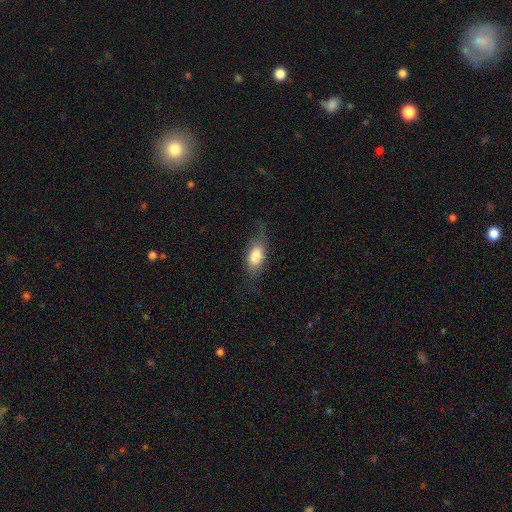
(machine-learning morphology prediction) The model was most divided on "merging": none: 61%, minor disturbance: 24%, major disturbance: 13%, merger: 1%. More confident: how rounded — in between (84%); smooth or featured — smooth (73%).